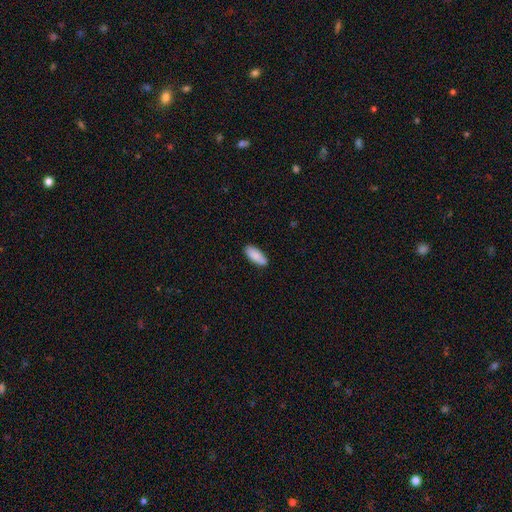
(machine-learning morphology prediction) smooth_or_featured: smooth (p=0.88) [alt: featured or disk p=0.07]
how_rounded: in between (p=0.78) [alt: cigar-shaped p=0.20]
merging: none (p=0.85) [alt: minor disturbance p=0.11]